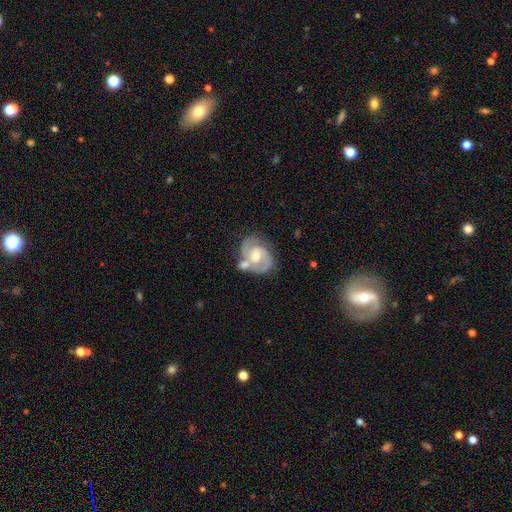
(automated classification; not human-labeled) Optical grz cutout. It shows a featured or disk galaxy (84%) with no bar (47%), 2 (84%) medium (51%) spiral arms (95%) and a moderate central bulge (62%). Merging: none (48%).